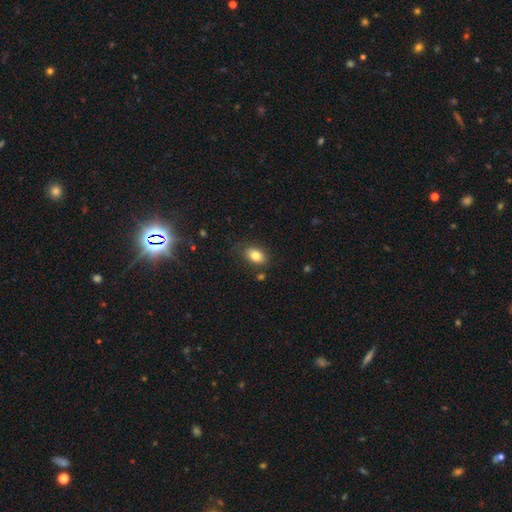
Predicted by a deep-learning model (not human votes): smooth-or-featured: smooth: 82% | featured or disk: 9% | star or artifact: 8%
  how-rounded: in between: 86% | round: 12% | cigar-shaped: 2%
  merging: none: 81% | minor disturbance: 13% | major disturbance: 3% | merger: 3%